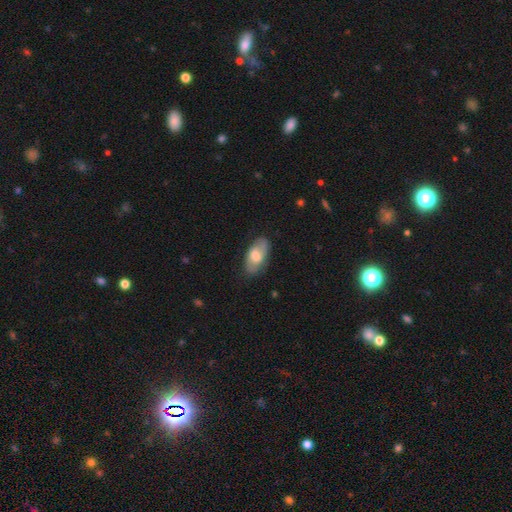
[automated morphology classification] A smooth galaxy with no disk features (61%) that is in between round and cigar-shaped (91%).

Vote fractions:
- Smooth or featured? smooth: 61% / featured or disk: 33% / star or artifact: 6%
- How rounded? in between: 91% / cigar-shaped: 5% / round: 3%
- Merging? none: 77% / minor disturbance: 17% / major disturbance: 4% / merger: 1%